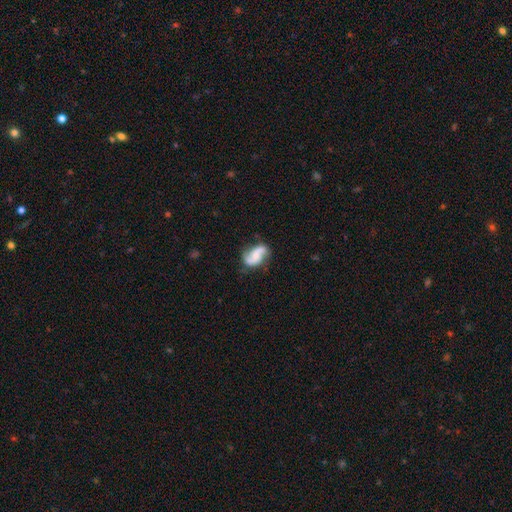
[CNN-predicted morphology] Overall: featured or disk (69%). Edge-on disk: no (97%). Bar: no (58%; weak 32%). Spiral arms: yes (91%). Spiral arm count: 2 (89%). Spiral winding: loose (53%; medium 34%). Bulge size: small (43%; moderate 34%). Merging: none (62%; minor disturbance 23%).